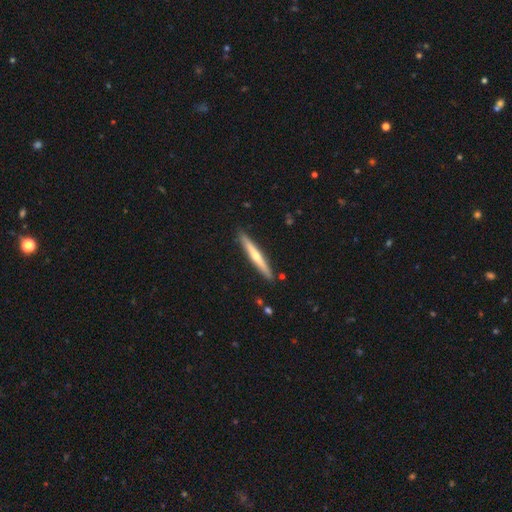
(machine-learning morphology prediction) The model was most divided on "smooth or featured": featured or disk: 57%, smooth: 37%, star or artifact: 5%. More confident: edge-on disk — yes (97%); merging — none (91%); edge-on bulge — rounded (73%).